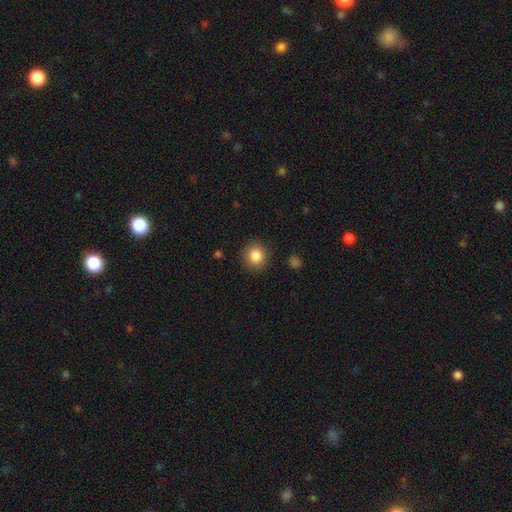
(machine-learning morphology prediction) Q: Smooth or featured?
A: smooth (86%); runner-up: star or artifact (10%)
Q: How rounded?
A: round (90%); runner-up: in between (9%)
Q: Merging?
A: none (90%); runner-up: minor disturbance (7%)